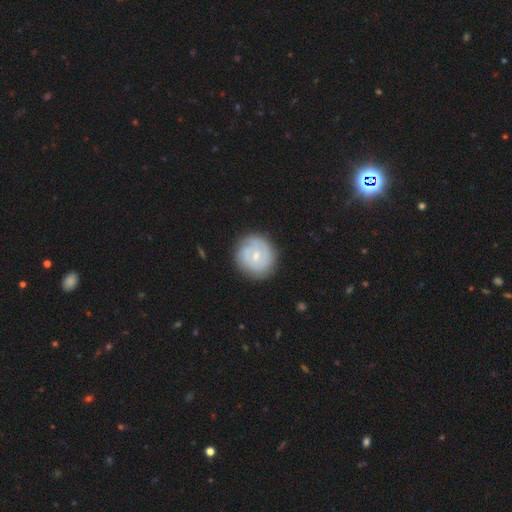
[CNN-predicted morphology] smooth-or-featured: featured or disk: 62% | smooth: 32% | star or artifact: 6%
  disk-edge-on: no: 98% | yes: 2%
    bar: no: 55% | weak: 40% | strong: 6%
    has-spiral-arms: yes: 84% | no: 16%
      spiral-winding: tight: 65% | medium: 27% | loose: 8%
      spiral-arm-count: 2: 36% (tied) | can't tell: 36% (tied) | 3: 14% | 1: 7% | 4: 4% | more than 4: 3%
    bulge-size: small: 58% | moderate: 36% | none: 3% | large: 2% | dominant: 1%
  merging: none: 79% | minor disturbance: 14% | major disturbance: 5% | merger: 2%